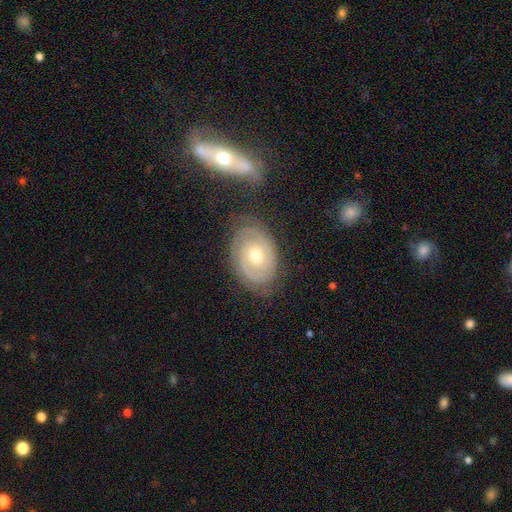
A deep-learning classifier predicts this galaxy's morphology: This appears to be a featured or disk galaxy (83%) with no bar (74%), 2 (67%) tight (78%) spiral arms (93%) and a moderate central bulge (61%). Merging: none (77%).